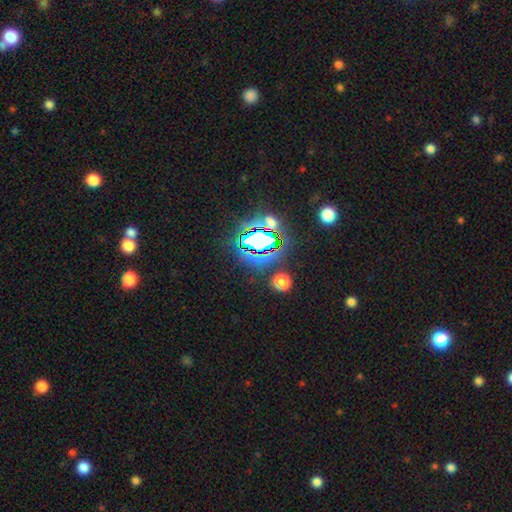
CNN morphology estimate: Smooth or featured?
  - star or artifact: 82% *
  - smooth: 11%
  - featured or disk: 7%